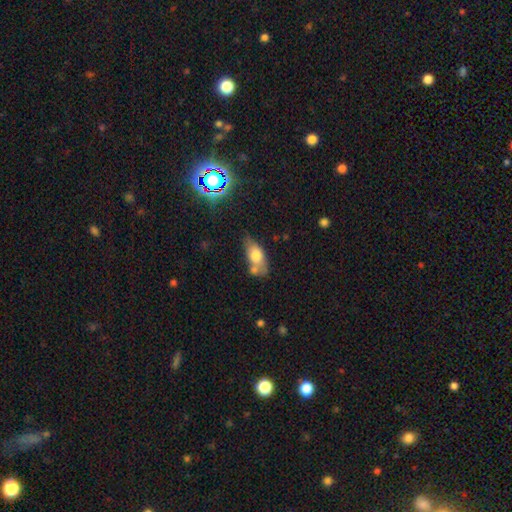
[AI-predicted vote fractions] This appears to be a smooth galaxy with no disk features (70%) that is in between round and cigar-shaped (86%). Merging: none (48%).